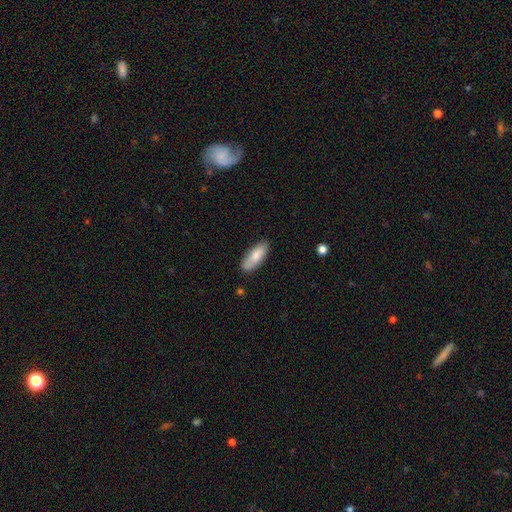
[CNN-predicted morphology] The model was most divided on "how rounded": in between: 76%, cigar-shaped: 22%, round: 2%. More confident: smooth or featured — smooth (81%); merging — none (79%).